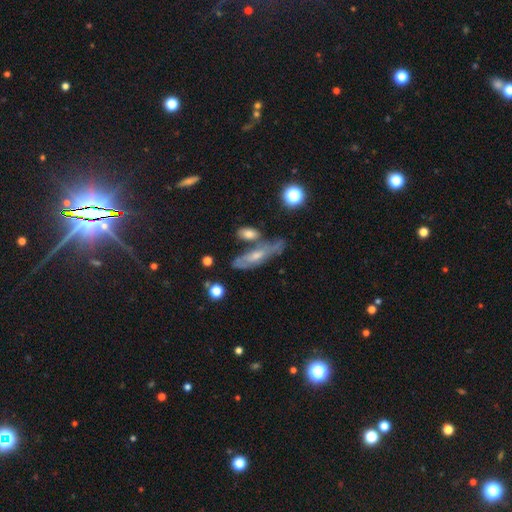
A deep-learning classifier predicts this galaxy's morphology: Smooth or featured: featured or disk — 58% (smooth — 32%)
Edge-on disk: no — 61% (yes — 39%)
Merging: none — 49% (minor disturbance — 21%)